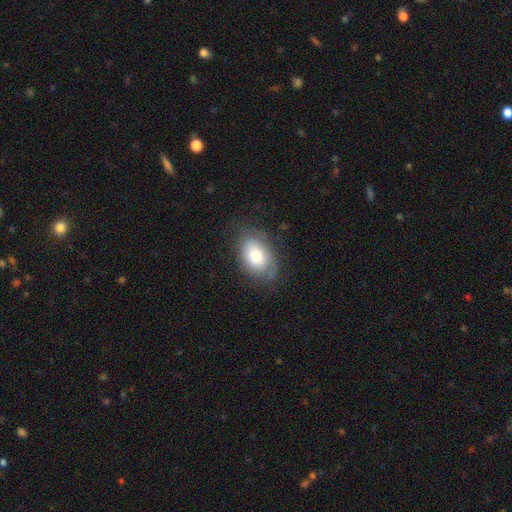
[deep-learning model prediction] smooth 67%, featured or disk 25%, star or artifact 8%. Down the decision tree: how rounded — in between (88%); merging — none (71%).